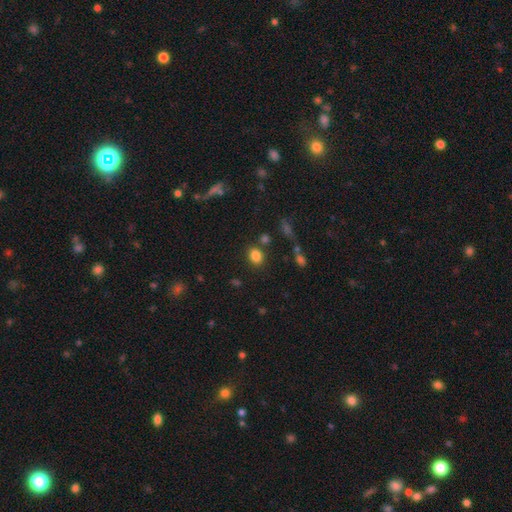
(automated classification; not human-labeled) The model was most divided on "how rounded": in between: 53%, round: 46%, cigar-shaped: 1%. More confident: smooth or featured — smooth (83%); merging — none (79%).